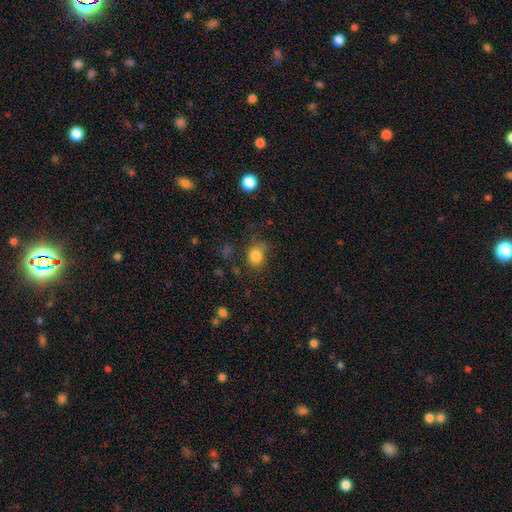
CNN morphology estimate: This appears to be a smooth galaxy with no disk features (83%) that is round (66%). Merging: none (64%).